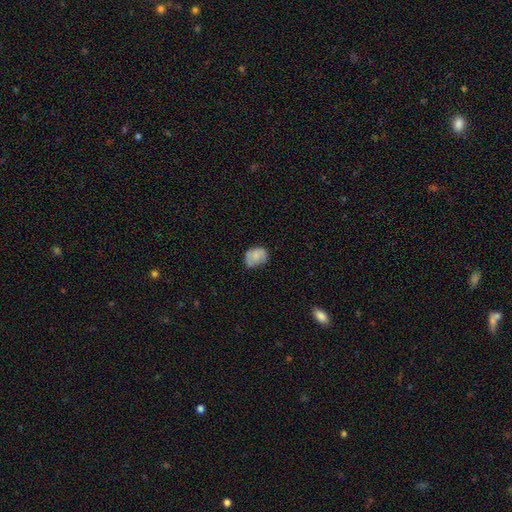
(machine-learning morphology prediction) The model was most divided on "merging": none: 55%, minor disturbance: 33%, major disturbance: 9%, merger: 3%. More confident: smooth or featured — smooth (71%); how rounded — in between (63%).